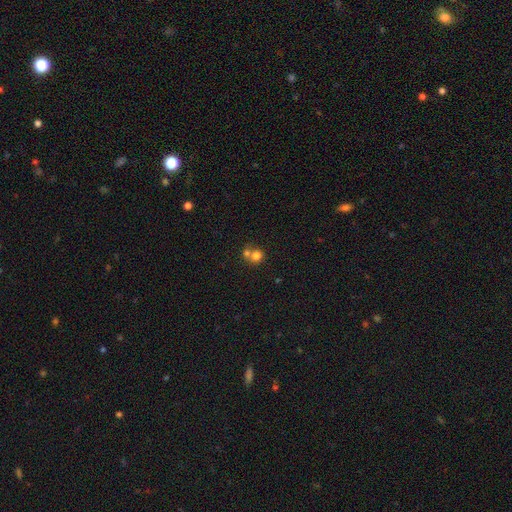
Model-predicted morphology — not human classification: Overall: smooth (76%). How rounded: round (84%). Merging: merger (52%; none 39%).